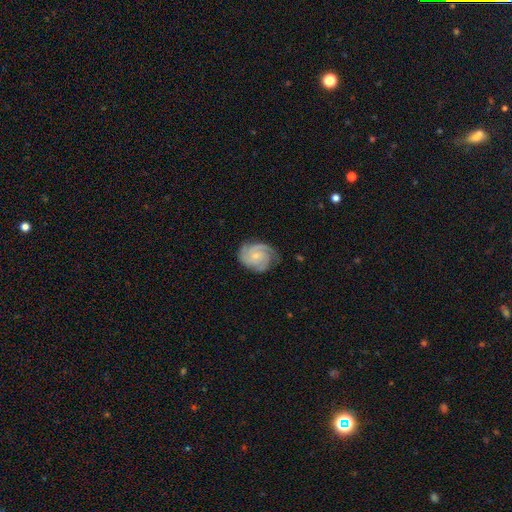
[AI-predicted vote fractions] This appears to be a featured or disk galaxy (84%) with no bar (71%), 3 (49%) tight (67%) spiral arms (98%) and a small central bulge (70%). Merging: none (75%).